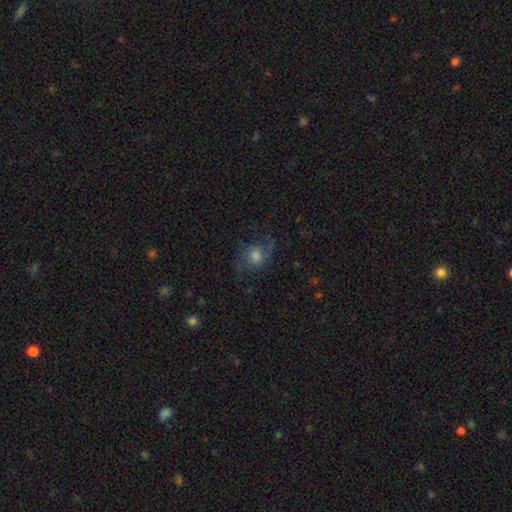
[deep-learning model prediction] Q: Smooth or featured?
A: featured or disk (55%); runner-up: smooth (33%)
Q: Edge-on disk?
A: no (96%); runner-up: yes (4%)
Q: Bar?
A: no (68%); runner-up: weak (28%)
Q: Spiral arms?
A: yes (86%); runner-up: no (14%)
Q: Bulge size?
A: moderate (50%); runner-up: small (21%)
Q: Merging?
A: none (64%); runner-up: minor disturbance (19%)